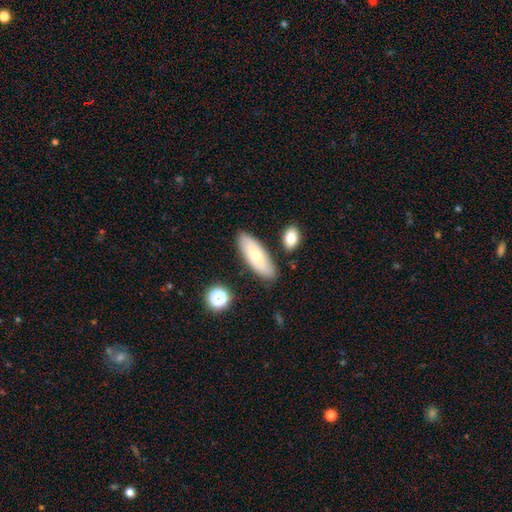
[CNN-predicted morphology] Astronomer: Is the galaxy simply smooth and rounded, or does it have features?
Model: smooth — 62%.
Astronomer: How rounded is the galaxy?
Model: in between — 73%.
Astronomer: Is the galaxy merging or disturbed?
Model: none — 81%.